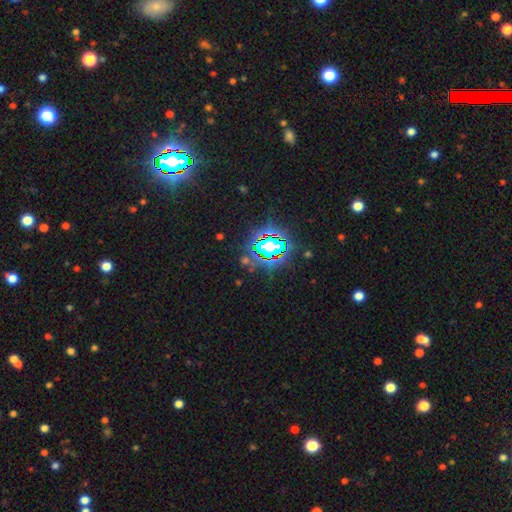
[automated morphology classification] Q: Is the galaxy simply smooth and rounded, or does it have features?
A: star or artifact — 82%.